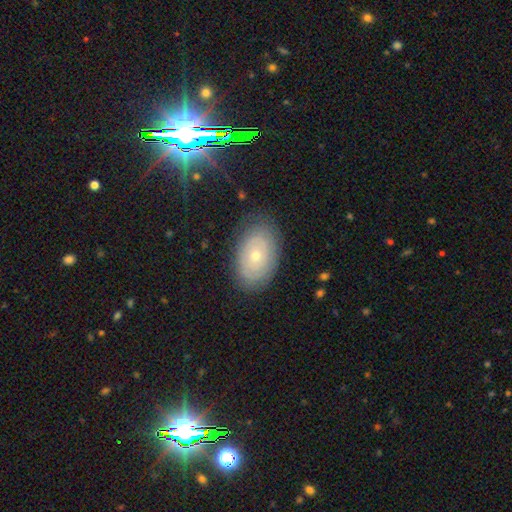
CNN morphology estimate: Smooth or featured? Predicted: featured or disk (p=0.54). Edge-on disk? Predicted: no (p=0.93). Merging? Predicted: none (p=0.80).